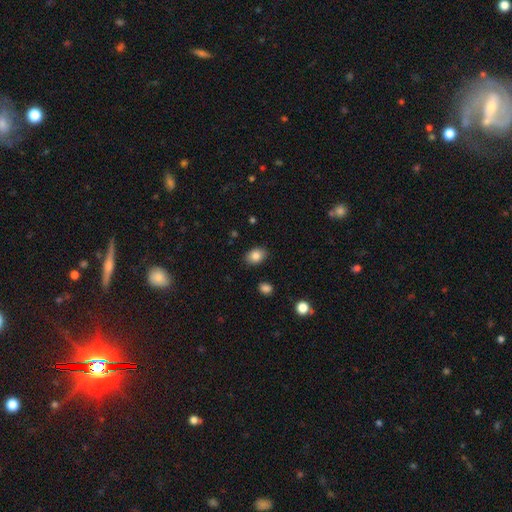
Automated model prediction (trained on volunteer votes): The model was most divided on "how rounded": in between: 72%, round: 27%, cigar-shaped: 1%. More confident: merging — none (87%); smooth or featured — smooth (85%).